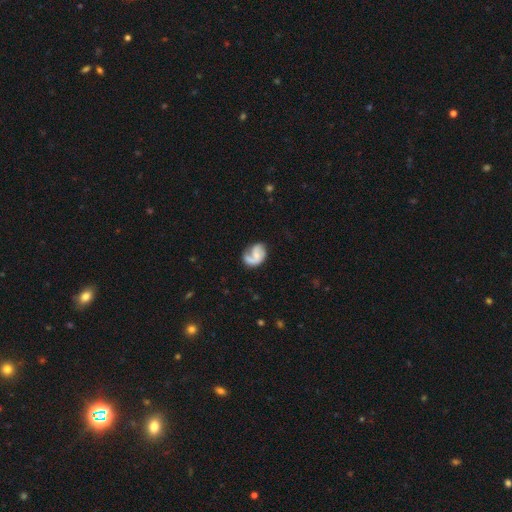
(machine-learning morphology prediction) Smooth or featured? Predicted: featured or disk (p=0.69). Edge-on disk? Predicted: no (p=0.98). Bar? Predicted: no (p=0.58). Spiral arms? Predicted: yes (p=0.90). Spiral winding? Predicted: medium (p=0.41). Spiral arm count? Predicted: 2 (p=0.47). Bulge size? Predicted: small (p=0.45). Merging? Predicted: none (p=0.49).